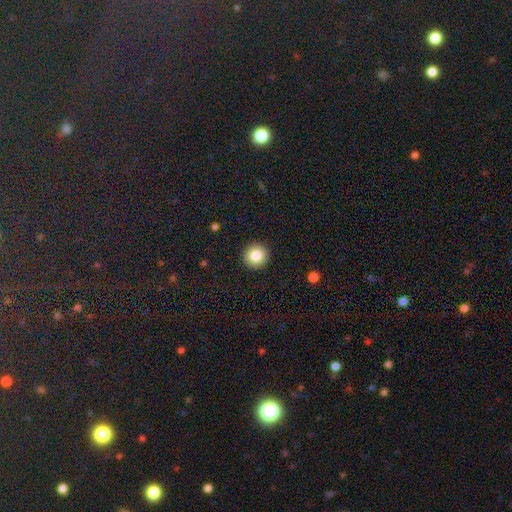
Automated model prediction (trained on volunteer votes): Smooth or featured? smooth (83%)
How rounded? round (95%)
Merging? none (93%)